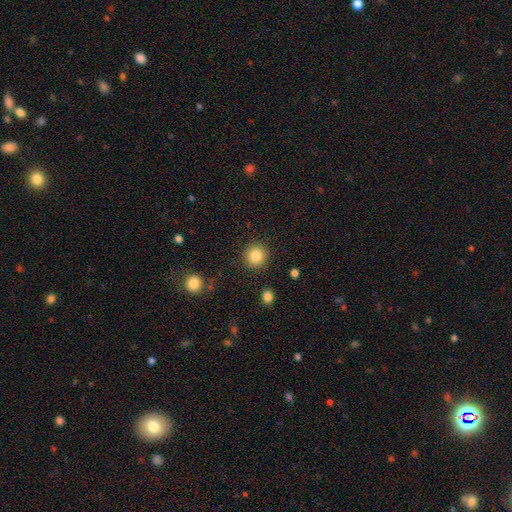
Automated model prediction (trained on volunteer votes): Smooth or featured? smooth (86%)
How rounded? round (93%)
Merging? none (89%)